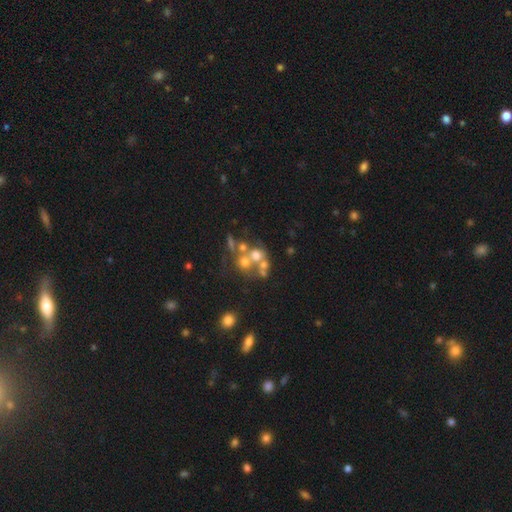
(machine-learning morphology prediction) A smooth galaxy with no disk features (45%).

Vote fractions:
- Smooth or featured? smooth: 45% / featured or disk: 35% / star or artifact: 19%
- Merging? merger: 51% / none: 32% / major disturbance: 9% / minor disturbance: 8%